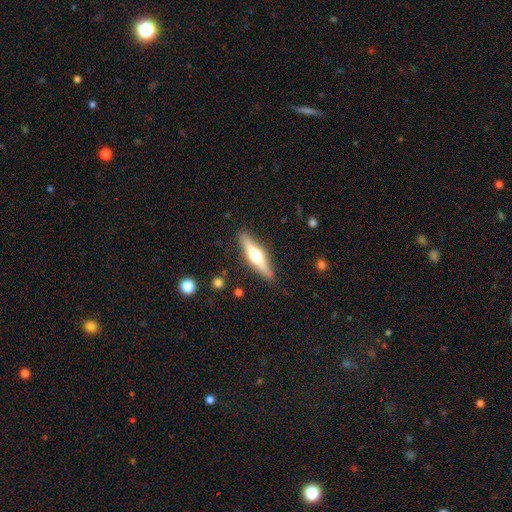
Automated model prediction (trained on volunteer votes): A featured or disk galaxy (58%) viewed edge-on (95%) with a rounded central bulge (93%).

Vote fractions:
- Smooth or featured? featured or disk: 58% / smooth: 36% / star or artifact: 5%
- Edge-on disk? yes: 95% / no: 5%
- Edge-on bulge? rounded: 93% / boxy: 4% / none: 3%
- Merging? none: 88% / minor disturbance: 9% / major disturbance: 2% / merger: 1%